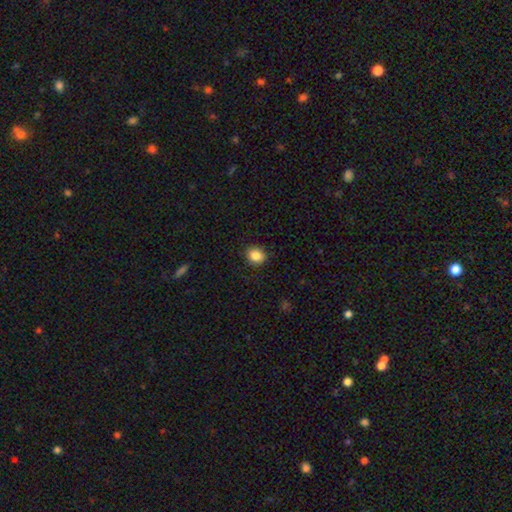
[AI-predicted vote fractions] Morphology: type=smooth (86%); roundness=round (68%); merging=none (89%).